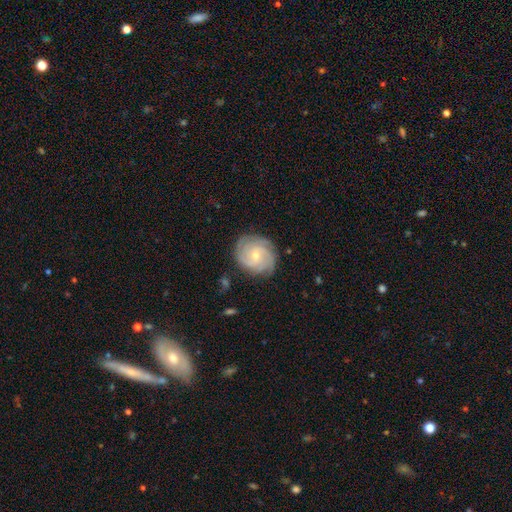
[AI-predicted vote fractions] smooth-or-featured: featured or disk: 77% | smooth: 16% | star or artifact: 6%
  disk-edge-on: no: 98% | yes: 2%
    bar: no: 56% | weak: 39% | strong: 6%
    has-spiral-arms: yes: 95% | no: 5%
      spiral-winding: tight: 63% | medium: 30% | loose: 7%
      spiral-arm-count: 3: 29% | can't tell: 27% | 4: 19% | 2: 14% | more than 4: 6% | 1: 5%
    bulge-size: small: 60% | moderate: 37% | large: 1% | none: 1% | dominant: 1%
  merging: none: 79% | minor disturbance: 15% | major disturbance: 4% | merger: 1%